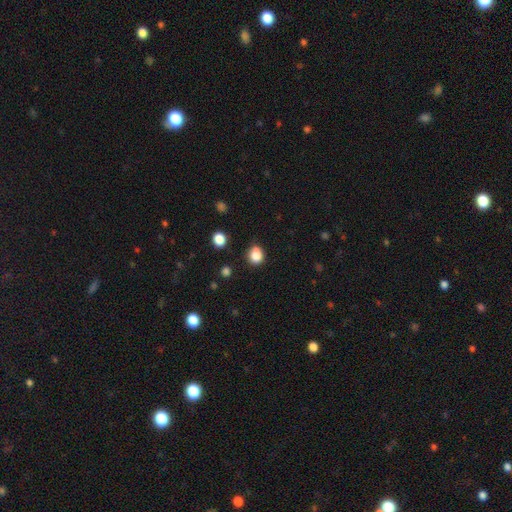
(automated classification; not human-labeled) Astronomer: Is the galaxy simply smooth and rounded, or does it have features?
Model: smooth — 82%.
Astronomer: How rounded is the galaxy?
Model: round — 73%.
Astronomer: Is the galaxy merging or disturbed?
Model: none — 64%.